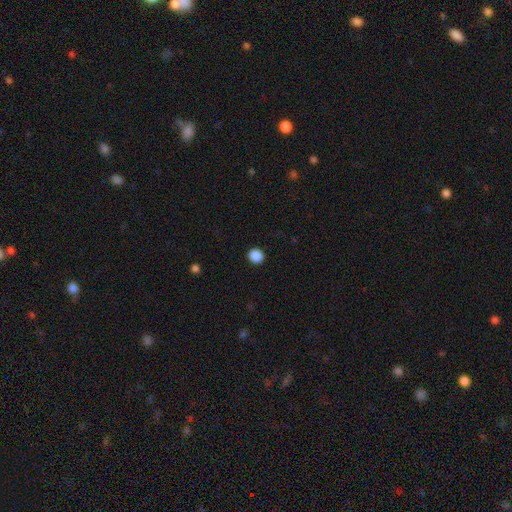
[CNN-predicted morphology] Smooth or featured? smooth (89%)
How rounded? round (86%)
Merging? none (93%)